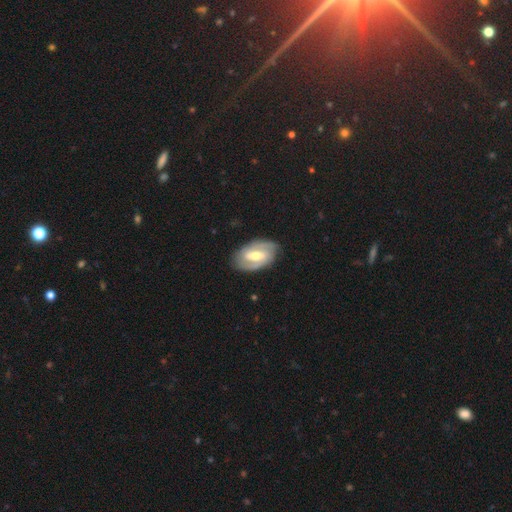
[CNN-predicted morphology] Smooth or featured? featured or disk (79%)
Edge-on disk? no (95%)
Bar? strong (44%)
Spiral arms? yes (87%)
Spiral winding? tight (48%)
Spiral arm count? 2 (83%)
Bulge size? moderate (65%)
Merging? none (83%)